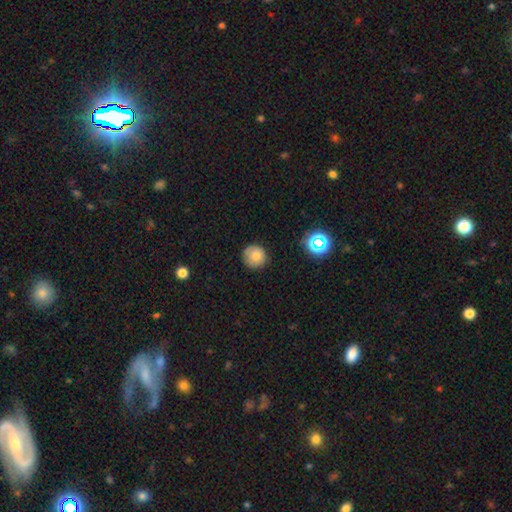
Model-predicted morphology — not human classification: smooth 79%, star or artifact 12%, featured or disk 10%. Down the decision tree: how rounded — round (94%); merging — none (85%).